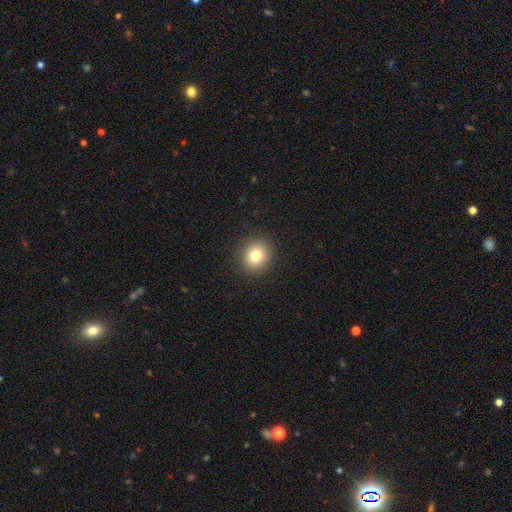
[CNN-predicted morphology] The model was most divided on "smooth or featured": smooth: 79%, star or artifact: 12%, featured or disk: 8%. More confident: merging — none (91%); how rounded — round (88%).